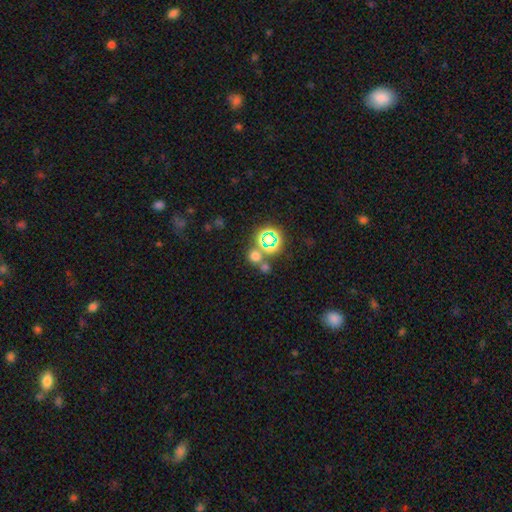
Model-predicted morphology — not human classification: A smooth galaxy with no disk features (57%) that is round (83%). Merging: none (62%).